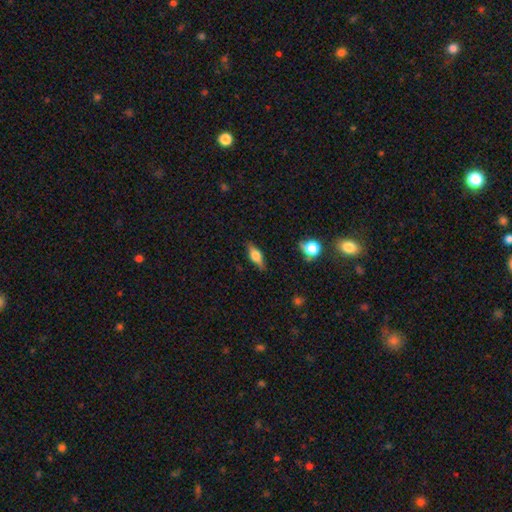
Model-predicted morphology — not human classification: Smooth or featured?
  - smooth: 48% *
  - featured or disk: 44%
  - star or artifact: 8%
Merging?
  - none: 85% *
  - minor disturbance: 11%
  - major disturbance: 3%
  - merger: 1%